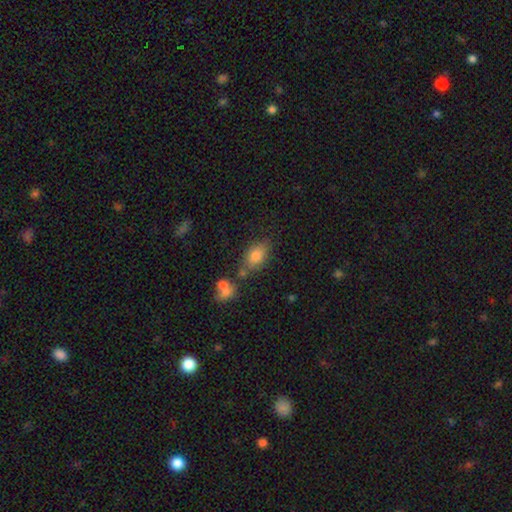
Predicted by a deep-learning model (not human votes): smooth_or_featured: smooth (p=0.80) [alt: star or artifact p=0.10]
how_rounded: in between (p=0.82) [alt: round p=0.15]
merging: none (p=0.63) [alt: minor disturbance p=0.18]